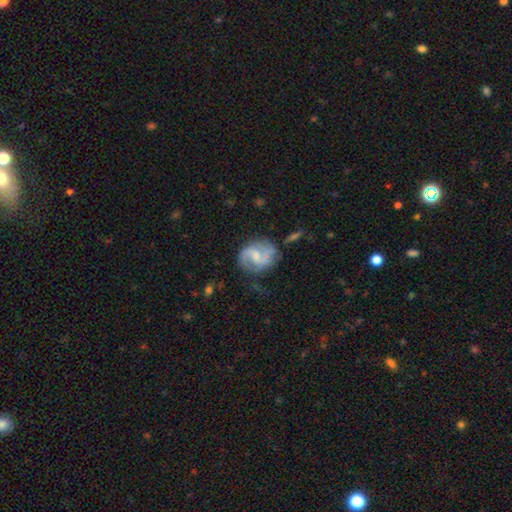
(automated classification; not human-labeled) Q: Smooth or featured?
A: featured or disk (76%); runner-up: smooth (18%)
Q: Edge-on disk?
A: no (98%); runner-up: yes (2%)
Q: Bar?
A: weak (54%); runner-up: no (33%)
Q: Spiral arms?
A: yes (91%); runner-up: no (9%)
Q: Spiral winding?
A: medium (49%); runner-up: loose (34%)
Q: Spiral arm count?
A: 2 (85%); runner-up: can't tell (7%)
Q: Bulge size?
A: small (43%); runner-up: moderate (35%)
Q: Merging?
A: none (62%); runner-up: minor disturbance (21%)